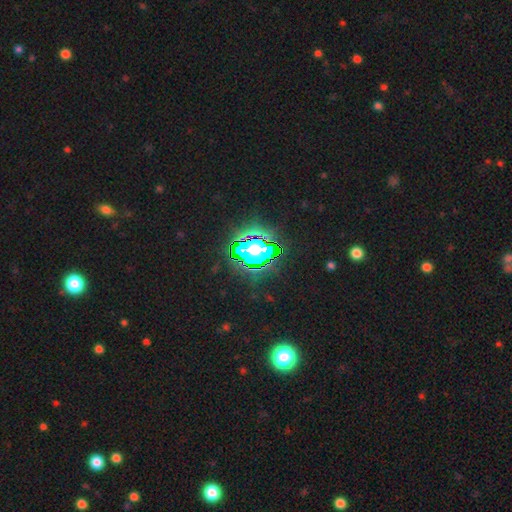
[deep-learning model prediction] Overall: star or artifact (76%).